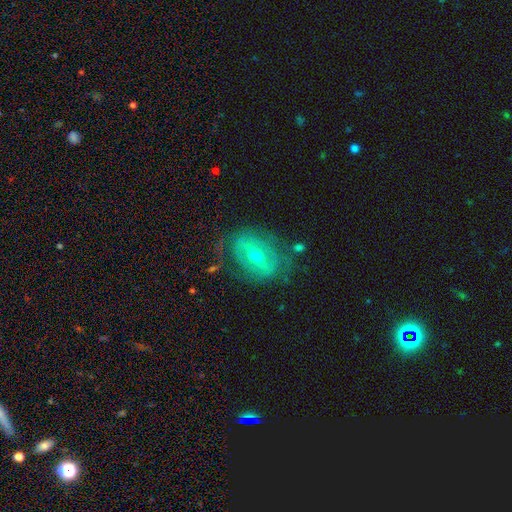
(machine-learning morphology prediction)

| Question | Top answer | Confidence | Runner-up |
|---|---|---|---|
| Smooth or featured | featured or disk | 73% | smooth (19%) |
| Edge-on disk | no | 93% | yes (7%) |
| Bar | weak | 40% | strong (39%) |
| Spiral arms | yes | 58% | no (42%) |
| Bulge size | moderate | 54% | small (42%) |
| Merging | none | 63% | minor disturbance (21%) |